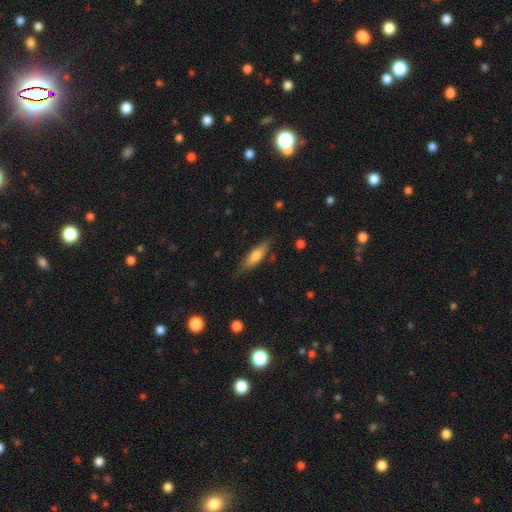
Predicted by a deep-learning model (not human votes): This appears to be a smooth galaxy with no disk features (69%) that is cigar-shaped (58%). Merging: none (74%).